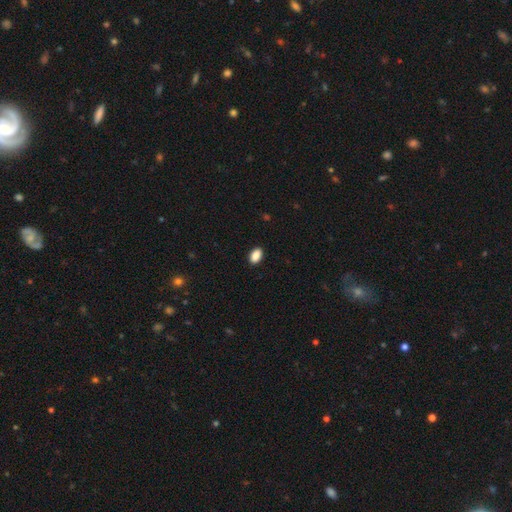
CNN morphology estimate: type=smooth (89%); roundness=in between (90%); merging=none (90%).